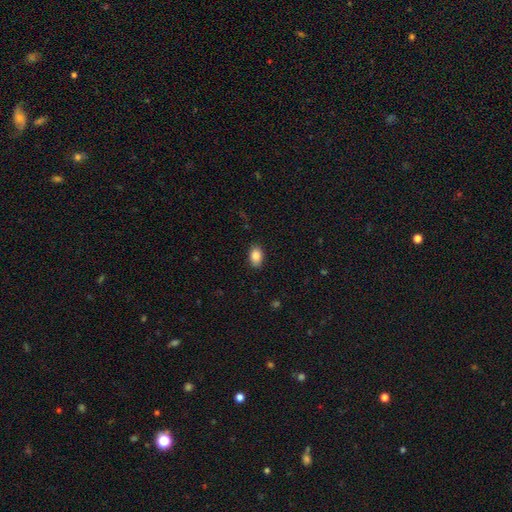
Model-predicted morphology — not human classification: smooth_or_featured: smooth (p=0.87) [alt: star or artifact p=0.08]
how_rounded: in between (p=0.89) [alt: round p=0.10]
merging: none (p=0.87) [alt: minor disturbance p=0.09]